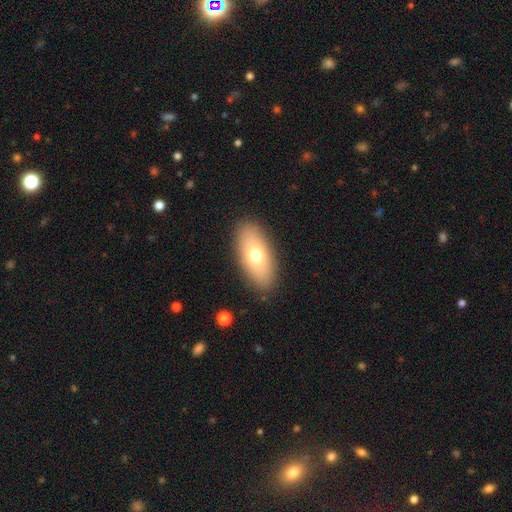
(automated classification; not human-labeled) A smooth galaxy with no disk features (69%) that is in between round and cigar-shaped (87%). Merging: none (88%).